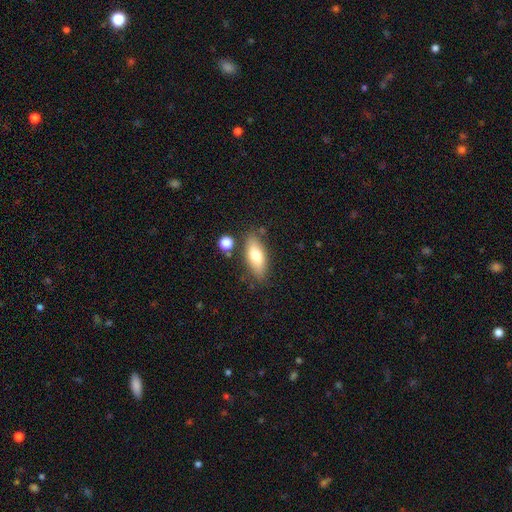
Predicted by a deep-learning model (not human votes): Smooth or featured? Predicted: smooth (p=0.70). How rounded? Predicted: in between (p=0.74). Merging? Predicted: none (p=0.78).